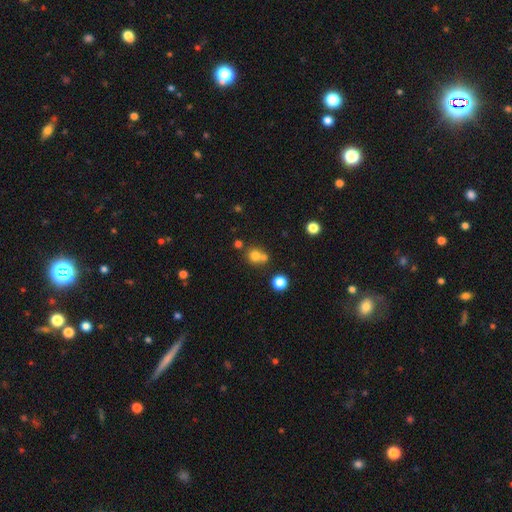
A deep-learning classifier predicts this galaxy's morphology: Q: Smooth or featured?
A: smooth (74%); runner-up: star or artifact (15%)
Q: How rounded?
A: round (85%); runner-up: in between (14%)
Q: Merging?
A: none (47%); runner-up: merger (43%)